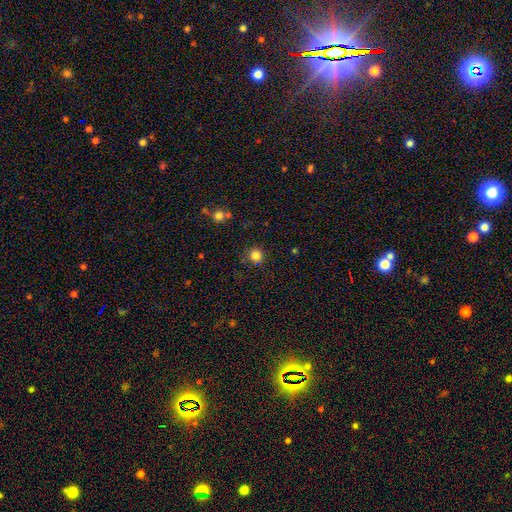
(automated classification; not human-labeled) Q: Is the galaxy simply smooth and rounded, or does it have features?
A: smooth — 83%.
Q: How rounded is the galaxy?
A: round — 94%.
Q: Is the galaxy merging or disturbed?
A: none — 87%.